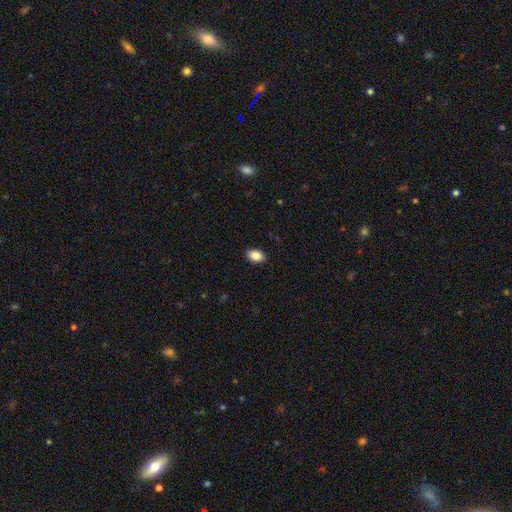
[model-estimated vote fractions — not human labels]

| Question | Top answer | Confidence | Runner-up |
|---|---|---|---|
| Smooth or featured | smooth | 88% | star or artifact (8%) |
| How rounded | in between | 86% | round (12%) |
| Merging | none | 90% | minor disturbance (7%) |